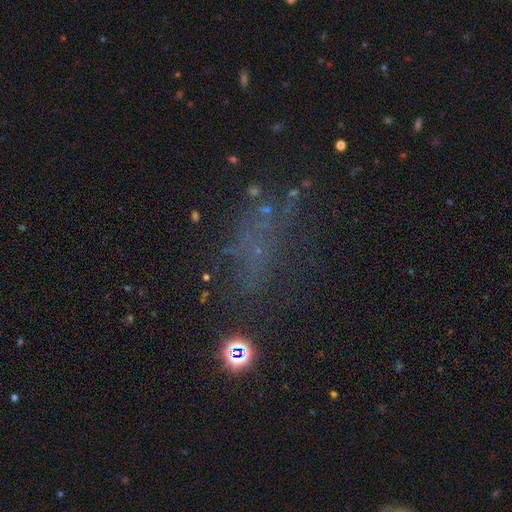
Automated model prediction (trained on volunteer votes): A star or artifact, not a galaxy (45%).

Vote fractions:
- Smooth or featured? star or artifact: 45% / smooth: 31% / featured or disk: 25%